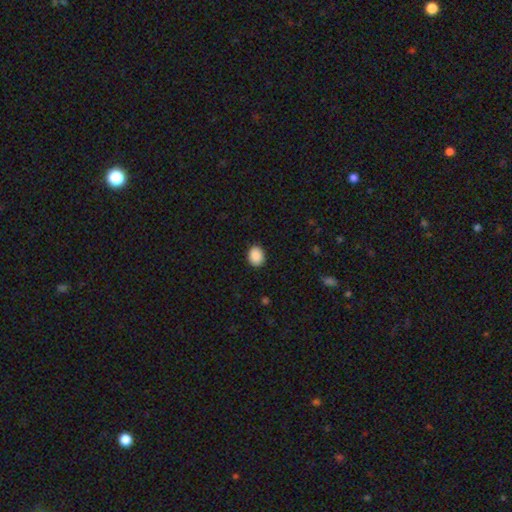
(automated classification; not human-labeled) smooth_or_featured: smooth (p=0.90) [alt: star or artifact p=0.07]
how_rounded: in between (p=0.50) [alt: round p=0.49]
merging: none (p=0.88) [alt: minor disturbance p=0.09]